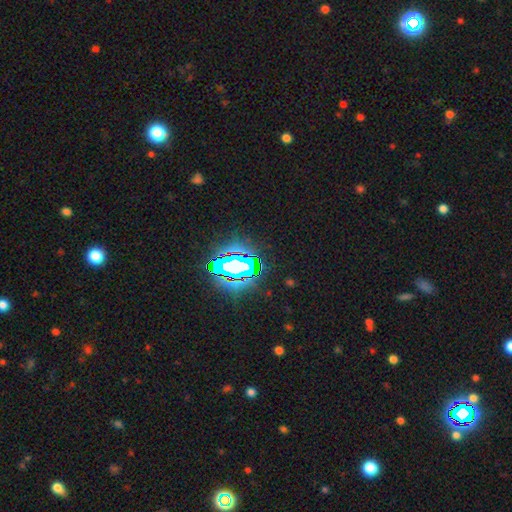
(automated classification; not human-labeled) smooth-or-featured: star or artifact: 79% | smooth: 12% | featured or disk: 8%